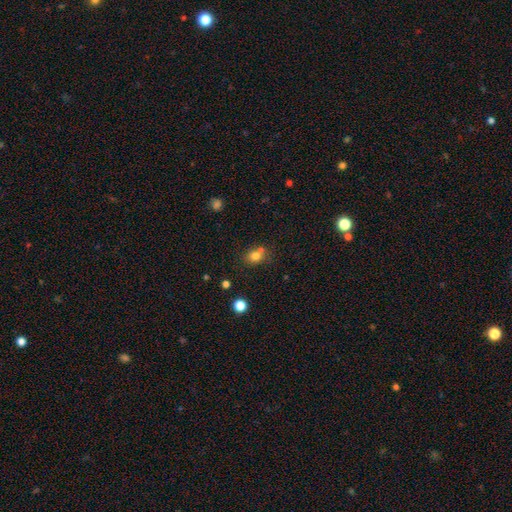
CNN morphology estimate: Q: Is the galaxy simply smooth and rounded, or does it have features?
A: smooth — 77%.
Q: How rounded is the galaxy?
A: round — 61%.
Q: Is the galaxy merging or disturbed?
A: none — 54%.